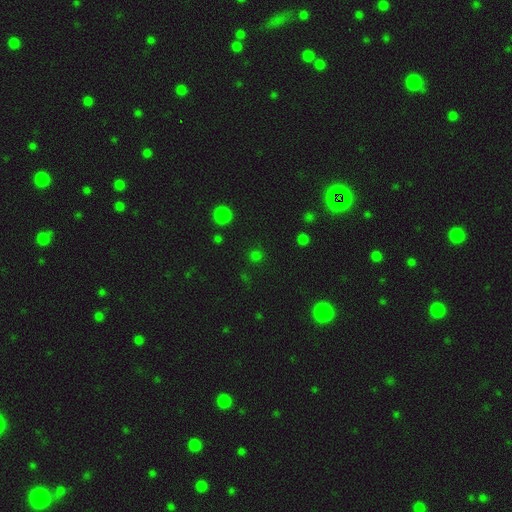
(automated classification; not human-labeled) The model was most divided on "smooth or featured": smooth: 63%, star or artifact: 32%, featured or disk: 5%. More confident: how rounded — round (91%); merging — none (85%).